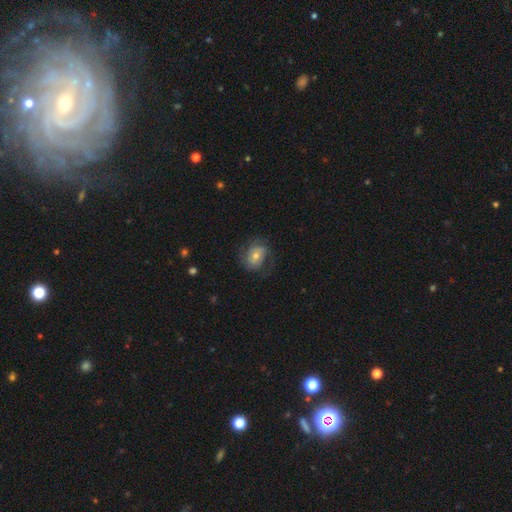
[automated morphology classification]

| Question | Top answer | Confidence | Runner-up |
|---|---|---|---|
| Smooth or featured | featured or disk | 55% | smooth (36%) |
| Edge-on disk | no | 96% | yes (4%) |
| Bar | no | 63% | weak (29%) |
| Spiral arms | yes | 78% | no (22%) |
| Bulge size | moderate | 49% | small (43%) |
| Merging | none | 65% | minor disturbance (19%) |